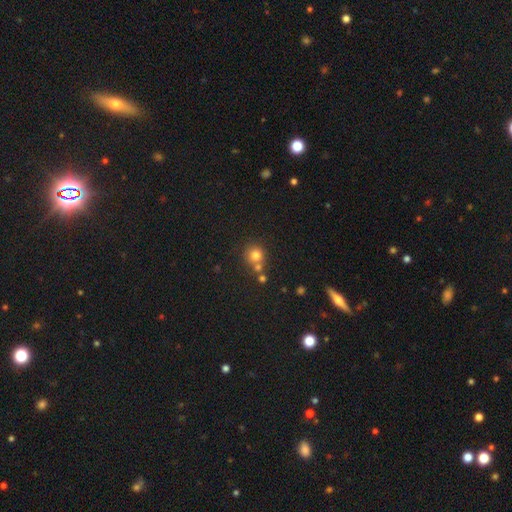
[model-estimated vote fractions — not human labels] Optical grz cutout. It shows a smooth galaxy with no disk features (76%) that is round (89%). Merging: none (59%).